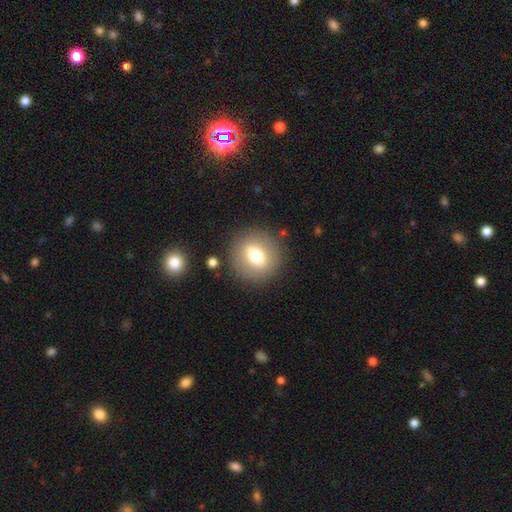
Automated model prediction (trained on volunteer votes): Overall: smooth (64%; featured or disk 27%). How rounded: round (80%). Merging: none (86%).